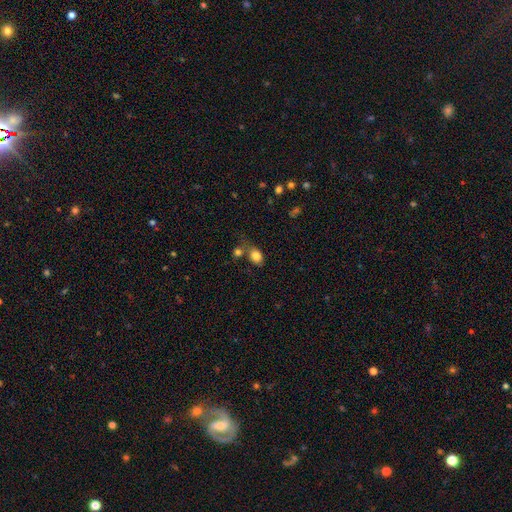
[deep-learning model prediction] A smooth galaxy with no disk features (82%) that is in between round and cigar-shaped (73%). Merging: none (50%).